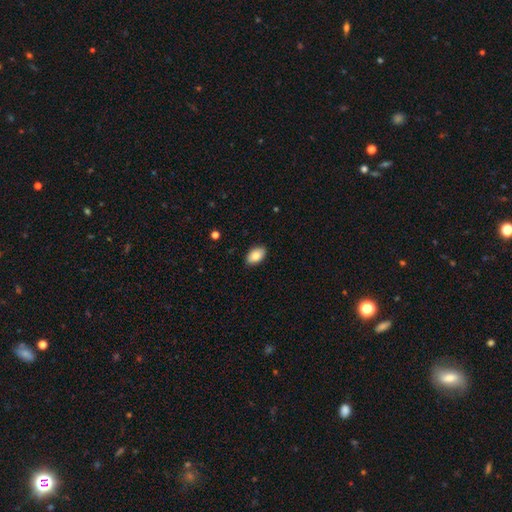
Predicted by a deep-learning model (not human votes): Smooth or featured? Predicted: smooth (p=0.86). How rounded? Predicted: in between (p=0.92). Merging? Predicted: none (p=0.88).